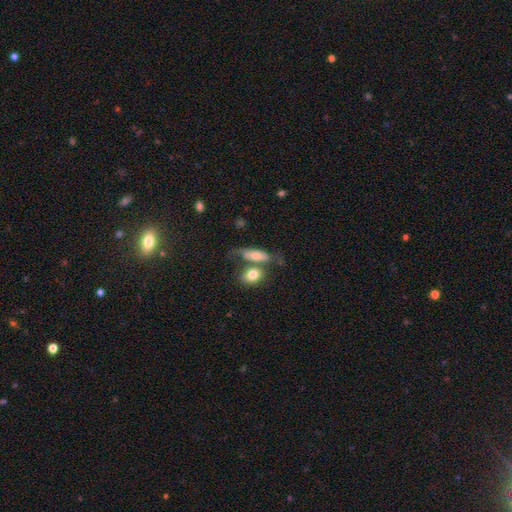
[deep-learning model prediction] Q: Smooth or featured?
A: smooth (70%); runner-up: featured or disk (23%)
Q: How rounded?
A: in between (74%); runner-up: cigar-shaped (18%)
Q: Merging?
A: merger (42%); runner-up: none (34%)